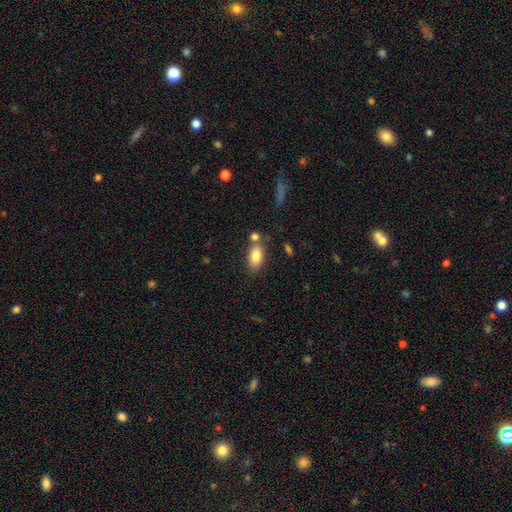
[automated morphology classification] smooth 84%, featured or disk 8%, star or artifact 7%. Down the decision tree: how rounded — in between (90%); merging — none (64%).